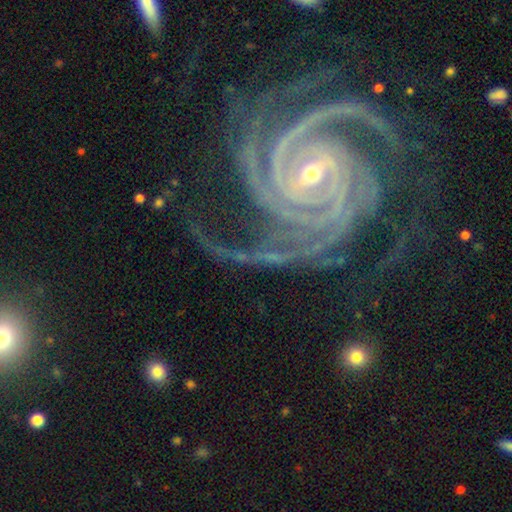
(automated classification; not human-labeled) featured or disk 93%, star or artifact 5%, smooth 2%. Down the decision tree: edge-on disk — no (98%); bar — strong (42%); spiral arms — yes (99%); spiral arm count — 4 (28%); spiral winding — tight (72%); bulge size — small (65%); merging — none (66%).